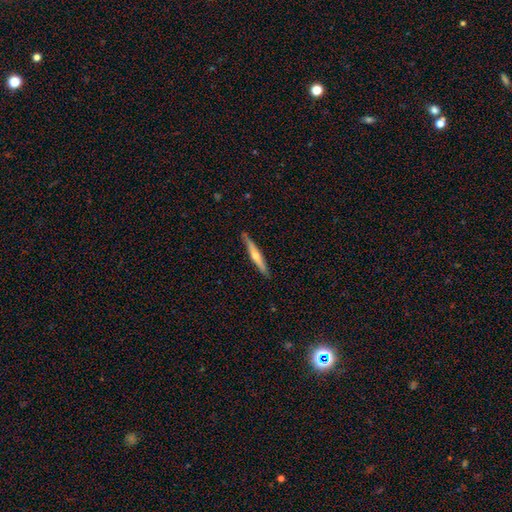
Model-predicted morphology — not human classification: type=featured or disk (57%); edge-on=yes (95%); edge-on bulge=rounded (83%); merging=none (86%).